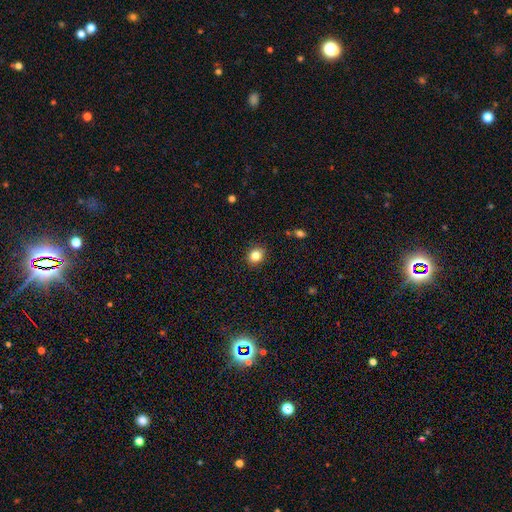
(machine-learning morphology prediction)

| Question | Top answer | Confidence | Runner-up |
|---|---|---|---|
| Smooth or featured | smooth | 84% | star or artifact (11%) |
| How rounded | round | 69% | in between (31%) |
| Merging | none | 90% | minor disturbance (7%) |